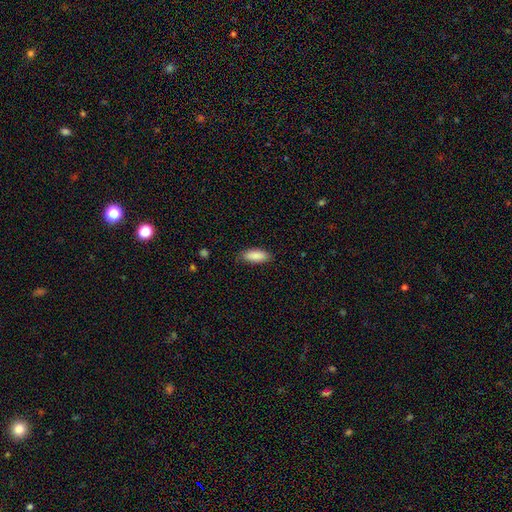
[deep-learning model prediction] The model was most divided on "how rounded": in between: 77%, cigar-shaped: 21%, round: 2%. More confident: smooth or featured — smooth (88%); merging — none (81%).